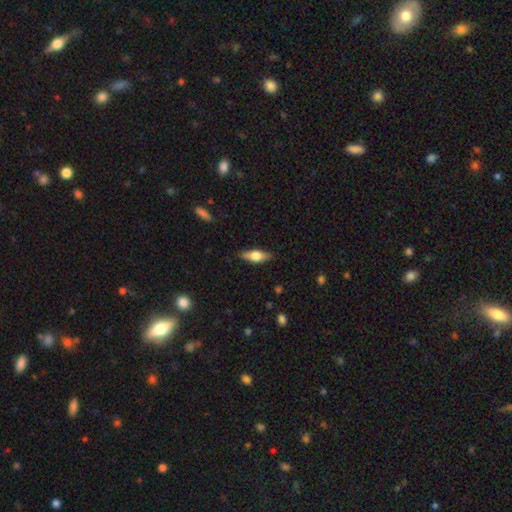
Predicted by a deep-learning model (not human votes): Smooth or featured? smooth (59%)
How rounded? in between (67%)
Merging? none (84%)